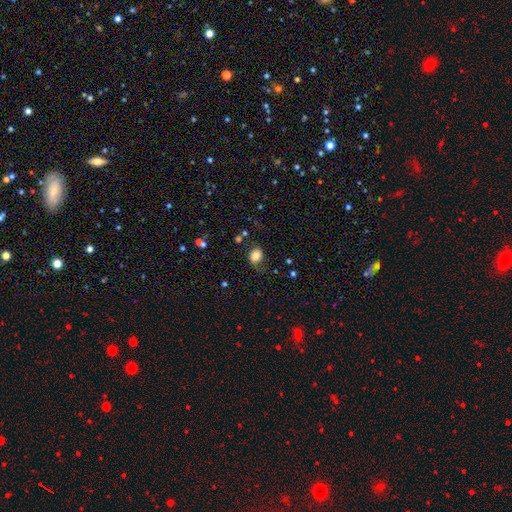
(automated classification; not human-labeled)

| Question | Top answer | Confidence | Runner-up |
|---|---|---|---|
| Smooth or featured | smooth | 75% | featured or disk (15%) |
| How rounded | in between | 51% | round (48%) |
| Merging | none | 65% | minor disturbance (23%) |